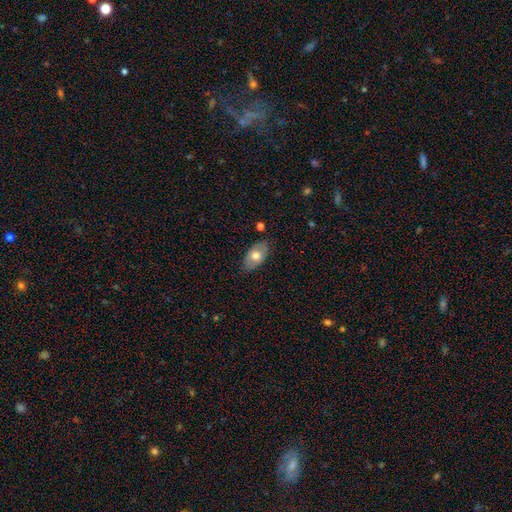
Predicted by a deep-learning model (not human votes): Smooth or featured? smooth (65%)
How rounded? in between (93%)
Merging? none (82%)